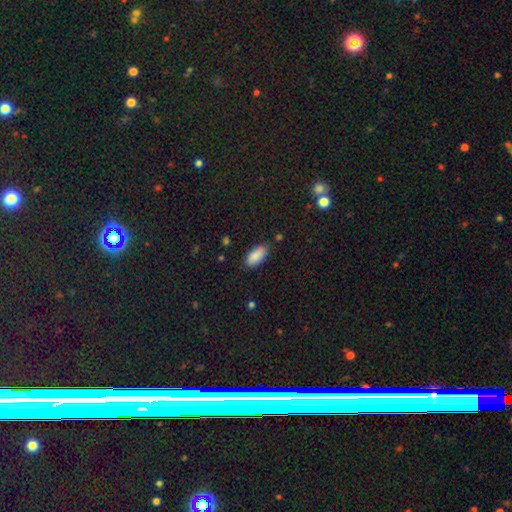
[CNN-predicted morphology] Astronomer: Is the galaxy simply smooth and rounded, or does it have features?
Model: smooth — 87%.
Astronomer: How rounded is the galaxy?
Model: in between — 92%.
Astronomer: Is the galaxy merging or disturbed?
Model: none — 77%.